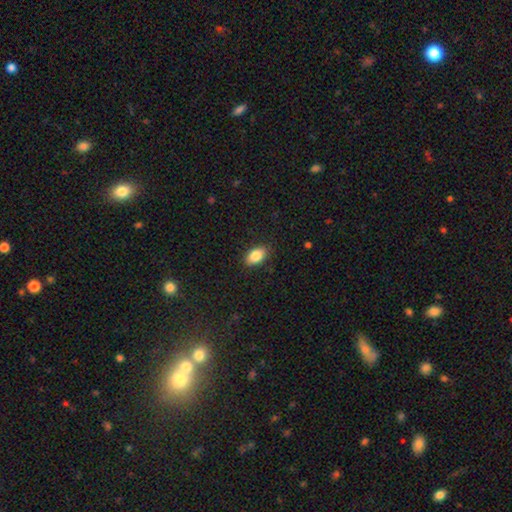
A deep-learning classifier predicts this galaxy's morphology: smooth-or-featured: smooth: 87% | star or artifact: 8% | featured or disk: 5%
  how-rounded: in between: 90% | round: 8% | cigar-shaped: 2%
  merging: none: 87% | minor disturbance: 10% | major disturbance: 2% | merger: 1%